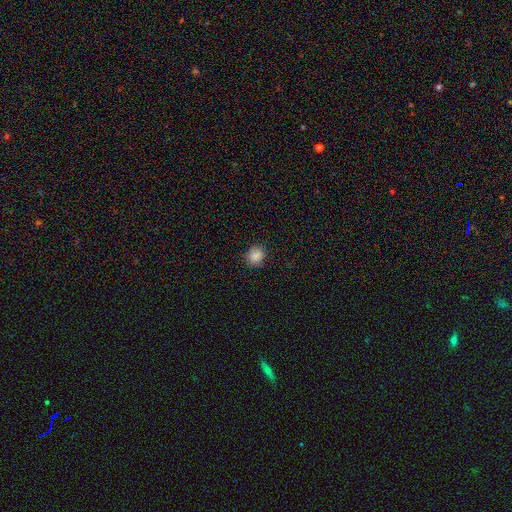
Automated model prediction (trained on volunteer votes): Smooth or featured? Predicted: smooth (p=0.86). How rounded? Predicted: round (p=0.71). Merging? Predicted: none (p=0.84).